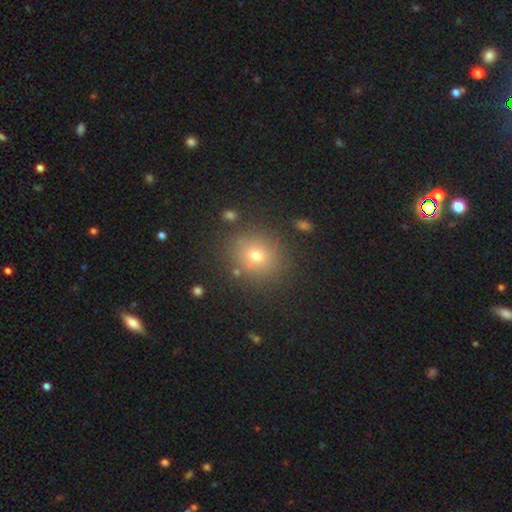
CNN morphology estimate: A smooth galaxy with no disk features (64%) that is round (85%). Merging: none (87%).